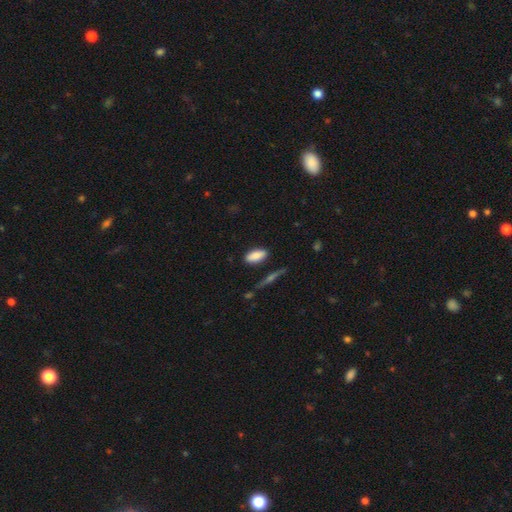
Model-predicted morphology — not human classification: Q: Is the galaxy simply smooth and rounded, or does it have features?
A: smooth — 87%.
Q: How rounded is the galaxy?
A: in between — 88%.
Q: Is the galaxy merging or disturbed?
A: none — 82%.